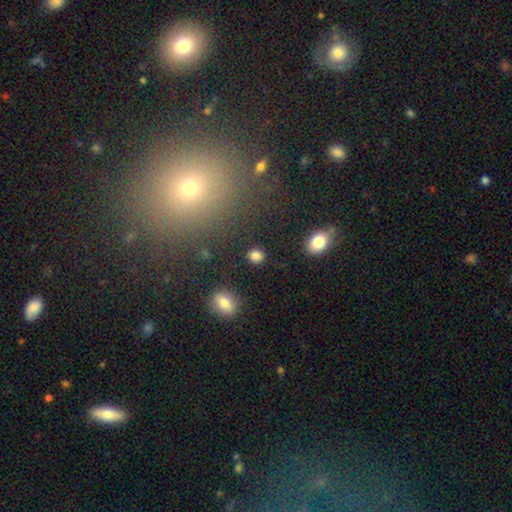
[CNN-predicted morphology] Overall: smooth (83%). How rounded: round (67%; in between 31%). Merging: none (85%).